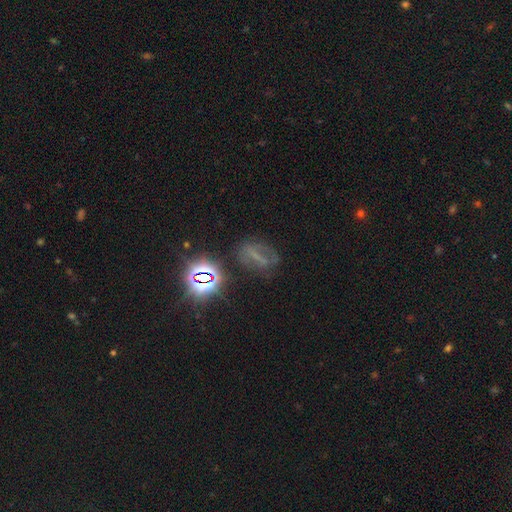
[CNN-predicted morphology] Q: Smooth or featured?
A: star or artifact (44%); runner-up: featured or disk (32%)